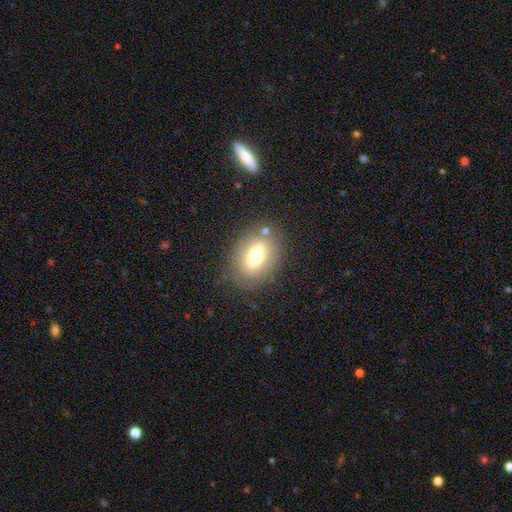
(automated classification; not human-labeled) This is likely a smooth galaxy (63%). How rounded: likely in between (74%). Merging: likely none (78%).